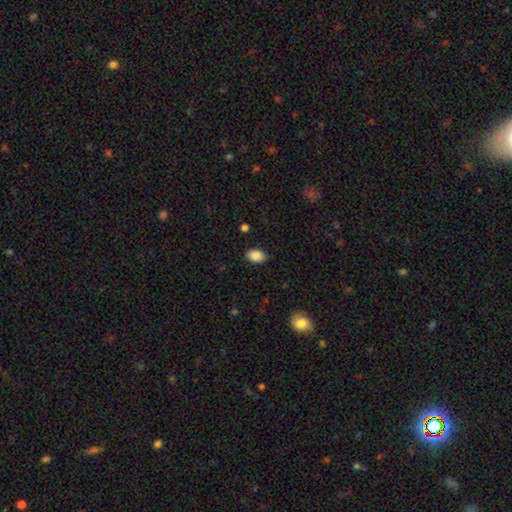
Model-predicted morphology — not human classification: Smooth or featured? smooth (87%)
How rounded? in between (84%)
Merging? none (87%)